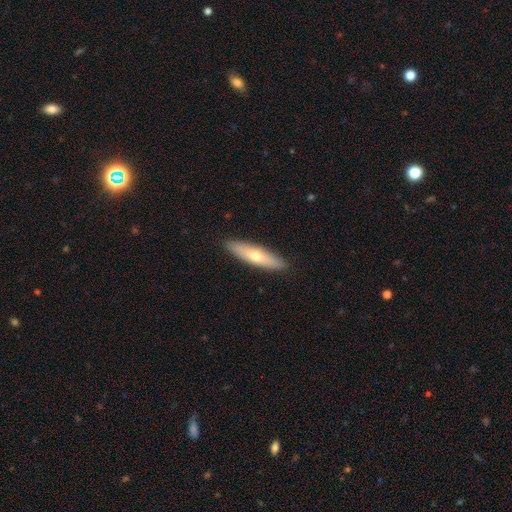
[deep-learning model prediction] Overall: smooth (60%; featured or disk 35%). How rounded: cigar-shaped (71%). Merging: none (90%).